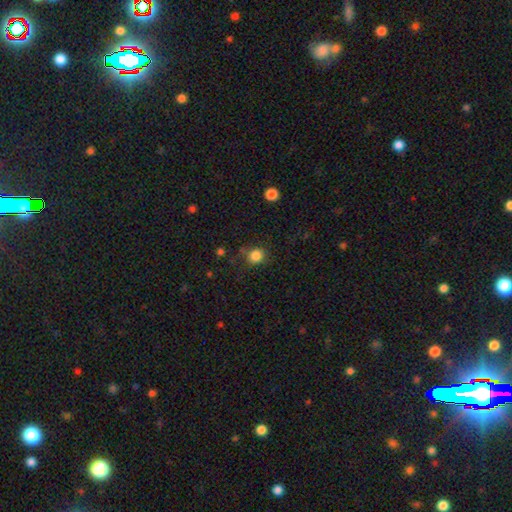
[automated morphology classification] Smooth or featured? Predicted: smooth (p=0.84). How rounded? Predicted: round (p=0.81). Merging? Predicted: none (p=0.78).